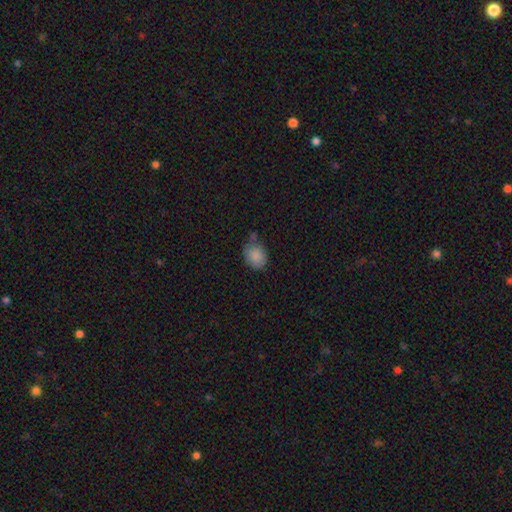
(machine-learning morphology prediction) A smooth galaxy with no disk features (86%) that is round (54%). Merging: none (62%).